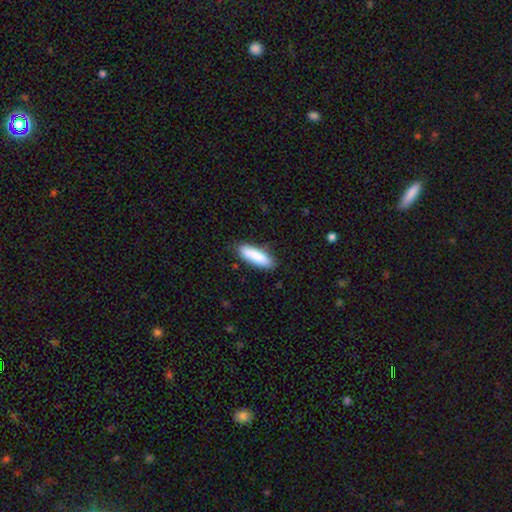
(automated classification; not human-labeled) smooth 86%, featured or disk 9%, star or artifact 6%. Down the decision tree: how rounded — cigar-shaped (51%); merging — none (81%).